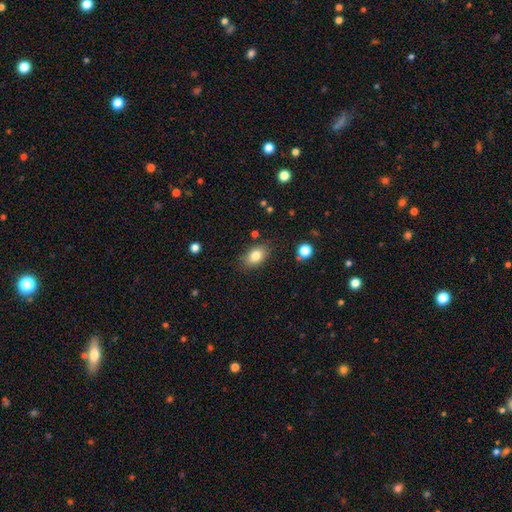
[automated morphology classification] Smooth or featured?
  - smooth: 82% *
  - featured or disk: 9%
  - star or artifact: 9%
How rounded?
  - in between: 83% *
  - round: 15%
  - cigar-shaped: 2%
Merging?
  - none: 81% *
  - minor disturbance: 13%
  - major disturbance: 3%
  - merger: 2%